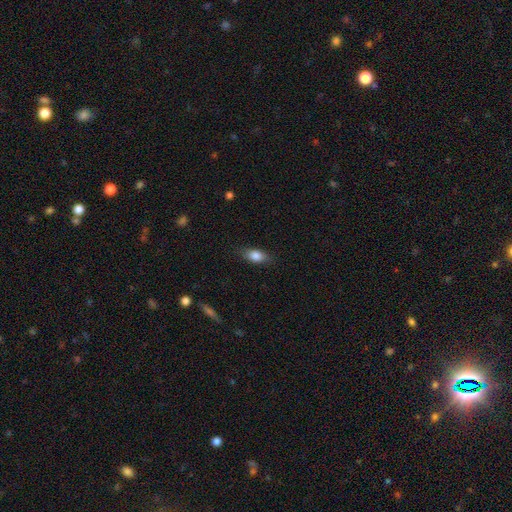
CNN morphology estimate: This appears to be a smooth galaxy with no disk features (82%) that is in between round and cigar-shaped (84%). Merging: none (83%).